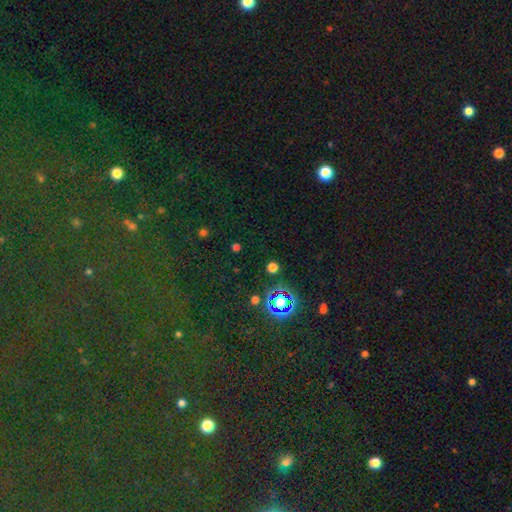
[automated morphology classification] Q: Smooth or featured?
A: star or artifact (78%); runner-up: smooth (14%)